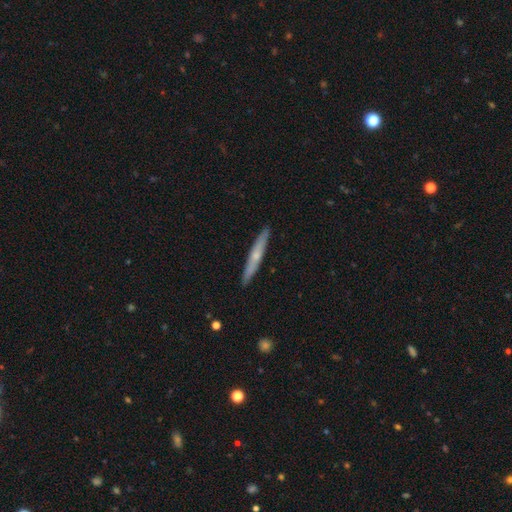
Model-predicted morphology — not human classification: smooth-or-featured: featured or disk: 52% | smooth: 43% | star or artifact: 6%
  disk-edge-on: yes: 93% | no: 7%
  merging: none: 91% | minor disturbance: 7% | major disturbance: 1% | merger: 1%